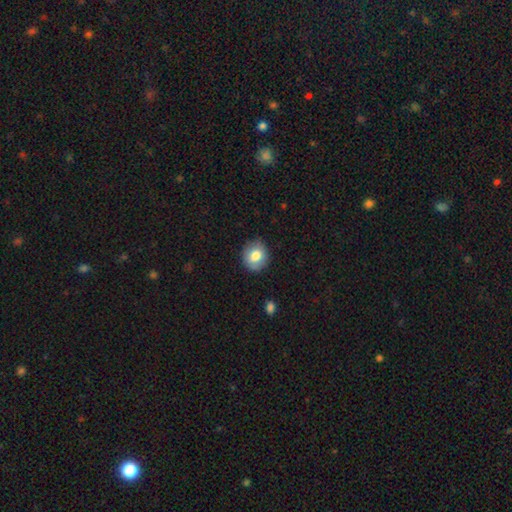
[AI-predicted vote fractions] A smooth galaxy with no disk features (77%) that is round (80%). Merging: none (80%).